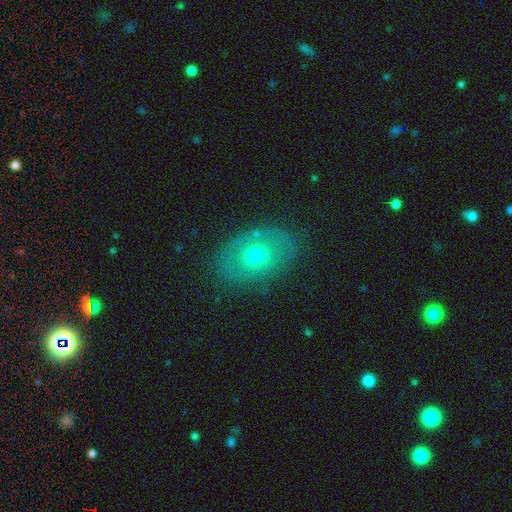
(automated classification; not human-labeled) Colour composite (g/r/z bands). It shows a smooth galaxy with no disk features (54%) that is in between round and cigar-shaped (78%). Merging: none (80%).